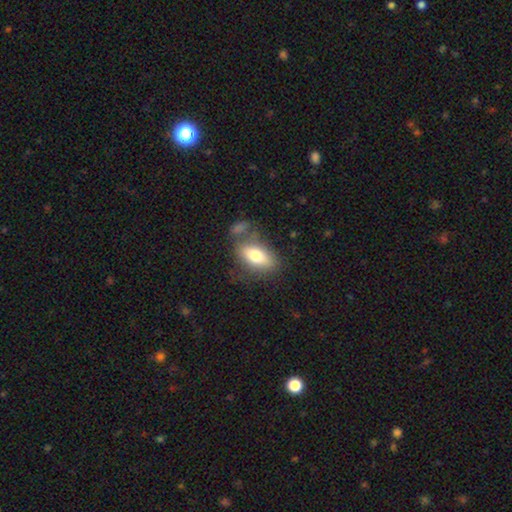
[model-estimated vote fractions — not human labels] smooth-or-featured: smooth: 71% | featured or disk: 22% | star or artifact: 7%
  how-rounded: in between: 85% | cigar-shaped: 9% | round: 6%
  merging: none: 60% | minor disturbance: 17% | merger: 14% | major disturbance: 9%